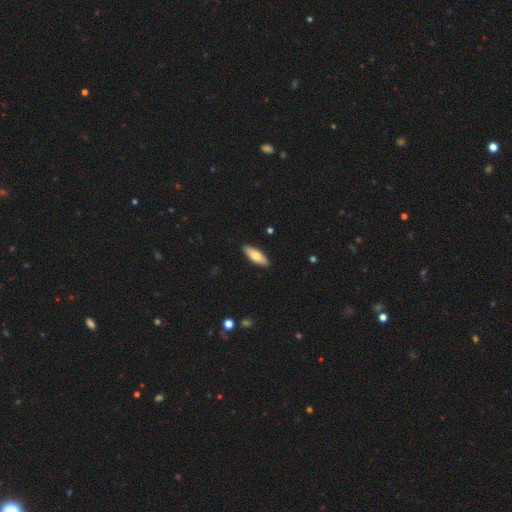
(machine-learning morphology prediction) This appears to be a smooth galaxy with no disk features (73%) that is in between round and cigar-shaped (62%). Merging: none (90%).